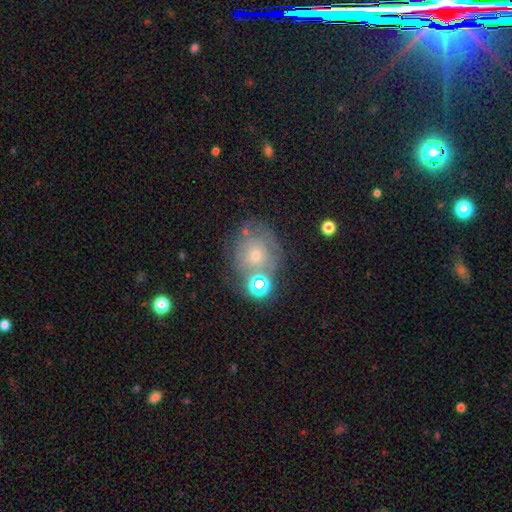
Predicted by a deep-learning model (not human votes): Morphology: type=smooth (47%); merging=none (54%).